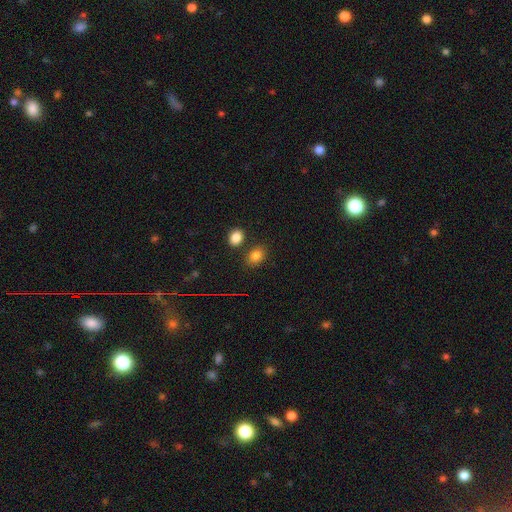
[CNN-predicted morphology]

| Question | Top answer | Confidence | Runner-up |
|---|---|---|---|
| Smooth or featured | smooth | 80% | star or artifact (12%) |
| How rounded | in between | 67% | round (32%) |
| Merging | none | 75% | merger (11%) |